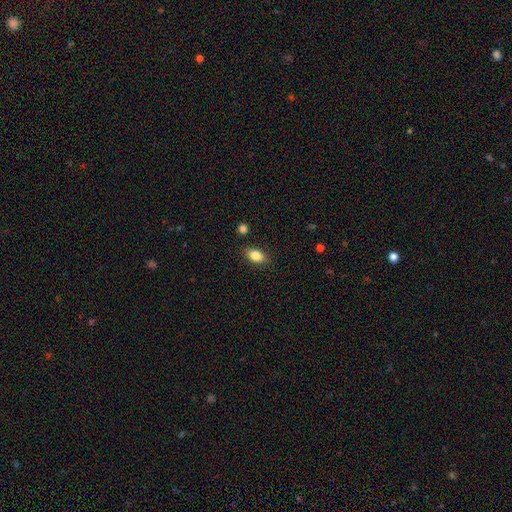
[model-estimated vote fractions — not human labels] smooth-or-featured: smooth: 85% | star or artifact: 8% | featured or disk: 7%
  how-rounded: in between: 88% | round: 9% | cigar-shaped: 3%
  merging: none: 86% | minor disturbance: 10% | major disturbance: 2% | merger: 2%